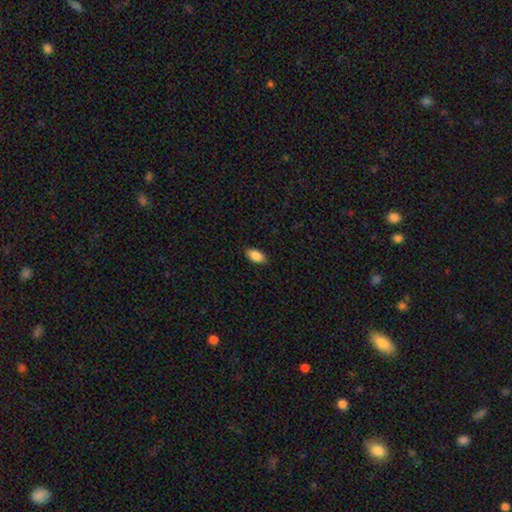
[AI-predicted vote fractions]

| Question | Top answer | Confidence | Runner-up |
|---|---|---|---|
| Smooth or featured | smooth | 89% | star or artifact (7%) |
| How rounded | in between | 93% | round (4%) |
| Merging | none | 88% | minor disturbance (9%) |